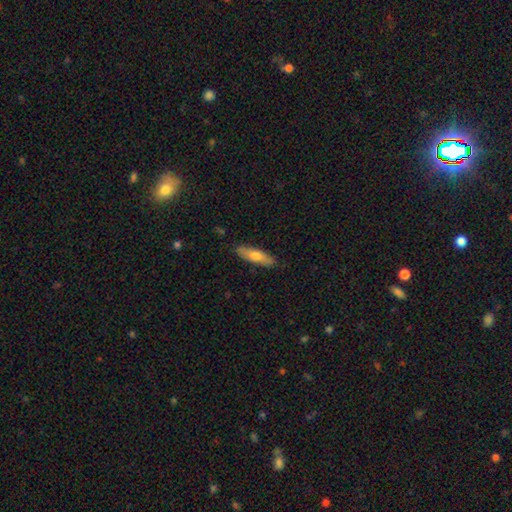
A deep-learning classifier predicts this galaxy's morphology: Smooth or featured: smooth — 67% (featured or disk — 27%)
How rounded: cigar-shaped — 60% (in between — 38%)
Merging: none — 87% (minor disturbance — 10%)